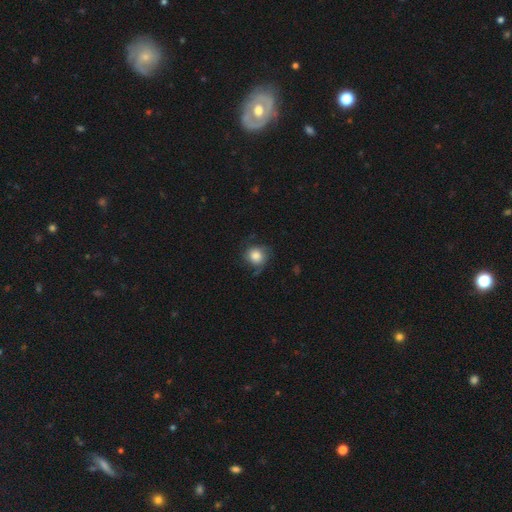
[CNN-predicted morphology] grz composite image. It shows a smooth galaxy with no disk features (74%) that is round (85%). Merging: none (61%).